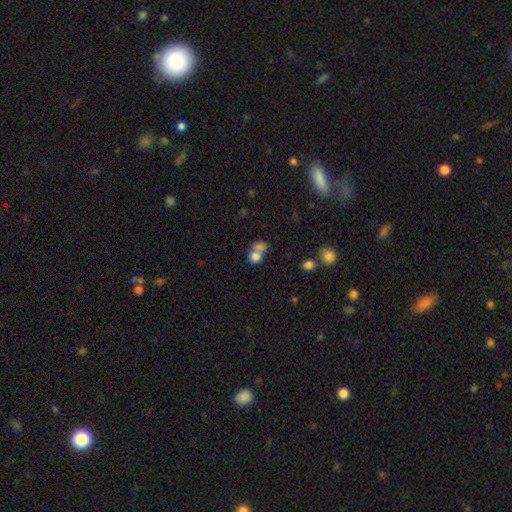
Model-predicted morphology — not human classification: smooth_or_featured: smooth (p=0.76) [alt: featured or disk p=0.13]
how_rounded: round (p=0.61) [alt: in between p=0.38]
merging: merger (p=0.61) [alt: none p=0.26]